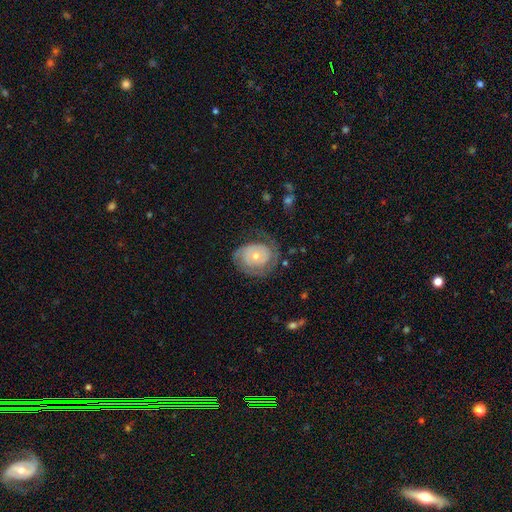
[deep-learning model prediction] A featured or disk galaxy (71%) with no bar (80%), 2 (42%) tight (61%) spiral arms (83%) and a small central bulge (55%). Merging: none (55%).